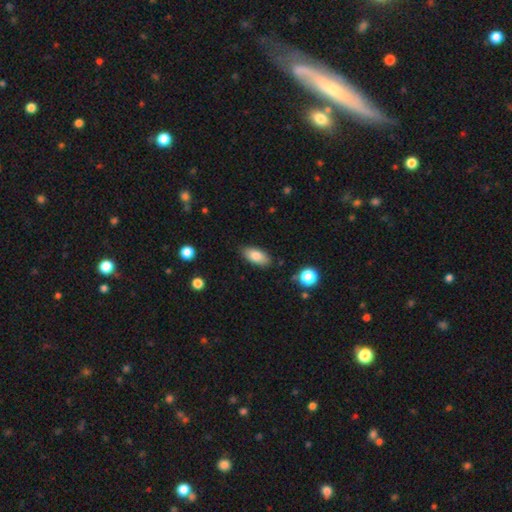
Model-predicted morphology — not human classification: Smooth or featured?
  - smooth: 83% *
  - featured or disk: 10%
  - star or artifact: 7%
How rounded?
  - in between: 88% *
  - cigar-shaped: 10%
  - round: 3%
Merging?
  - none: 84% *
  - minor disturbance: 11%
  - major disturbance: 3%
  - merger: 2%